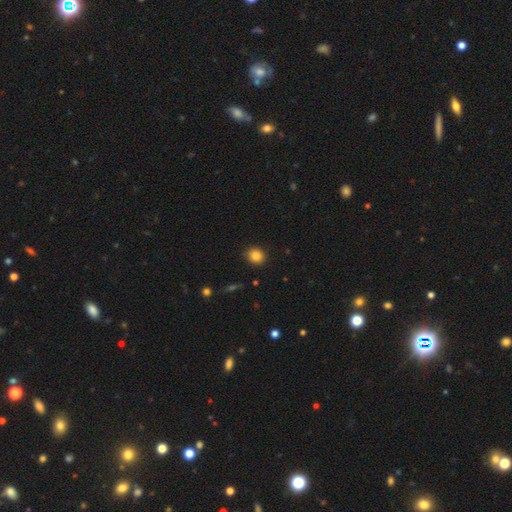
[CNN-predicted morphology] A smooth galaxy with no disk features (84%) that is round (78%). Merging: none (90%).